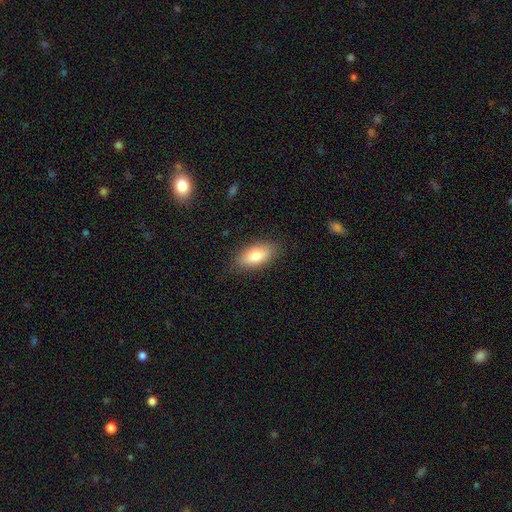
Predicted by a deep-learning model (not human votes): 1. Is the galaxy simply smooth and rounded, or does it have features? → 80% smooth, 14% featured or disk, 7% star or artifact.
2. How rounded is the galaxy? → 87% in between, 9% cigar-shaped, 3% round.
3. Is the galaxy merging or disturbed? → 84% none, 12% minor disturbance, 3% major disturbance, 1% merger.